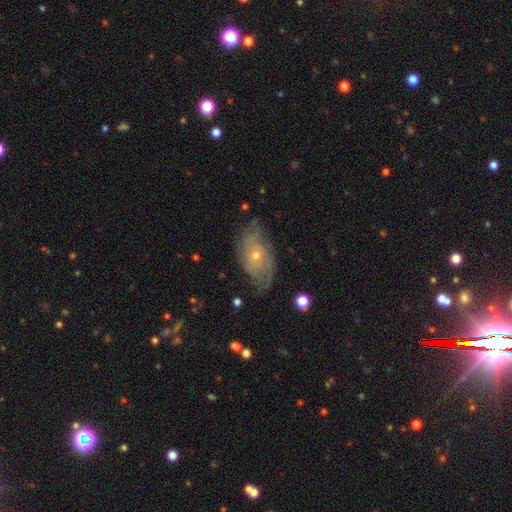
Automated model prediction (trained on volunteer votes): Smooth or featured?
  - featured or disk: 77% *
  - smooth: 16%
  - star or artifact: 7%
Edge-on disk?
  - no: 94% *
  - yes: 6%
Bar?
  - no: 78% *
  - weak: 19%
  - strong: 3%
Spiral arms?
  - yes: 89% *
  - no: 11%
Spiral winding?
  - tight: 51% *
  - medium: 35%
  - loose: 14%
Spiral arm count?
  - 2: 41% *
  - can't tell: 36%
  - 3: 10%
  - 4: 5%
  - 1: 5%
  - more than 4: 4%
Bulge size?
  - small: 66% *
  - moderate: 30%
  - none: 1%
  - large: 1%
  - dominant: 1%
Merging?
  - none: 70% *
  - minor disturbance: 20%
  - major disturbance: 8%
  - merger: 1%